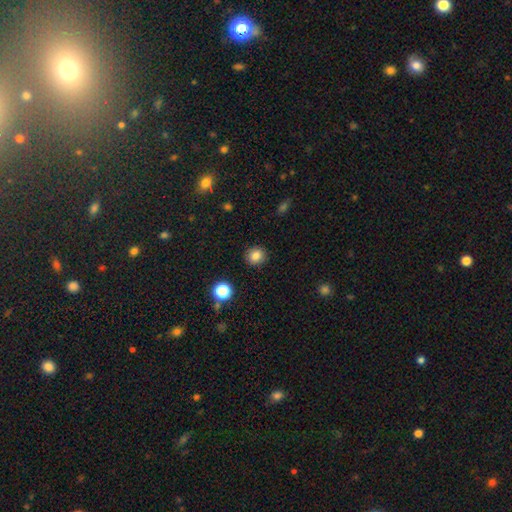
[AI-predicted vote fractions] smooth 84%, star or artifact 12%, featured or disk 5%. Down the decision tree: how rounded — round (87%); merging — none (90%).